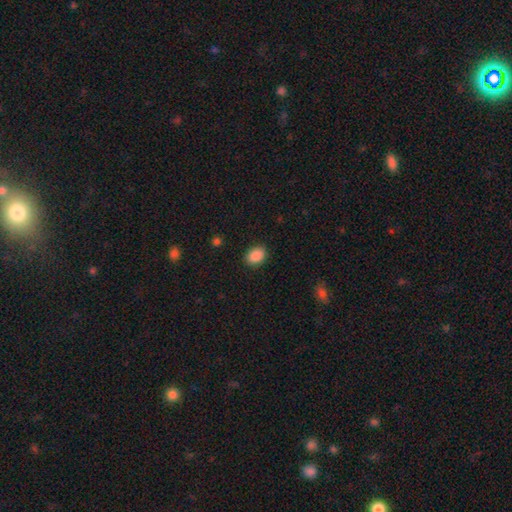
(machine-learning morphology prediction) The model was most divided on "how rounded": in between: 74%, round: 25%, cigar-shaped: 1%. More confident: smooth or featured — smooth (89%); merging — none (88%).